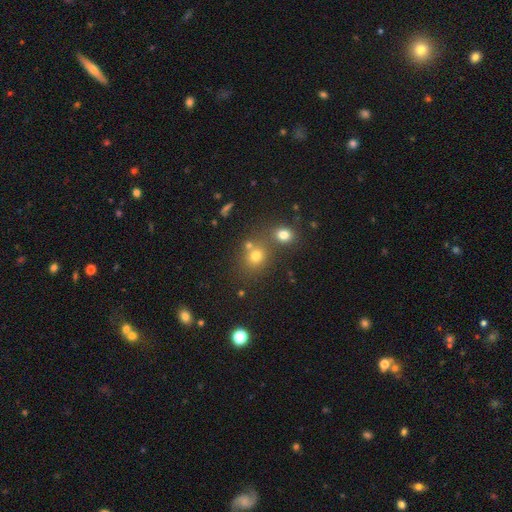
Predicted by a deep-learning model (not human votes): Smooth or featured? Predicted: smooth (p=0.68). How rounded? Predicted: round (p=0.78). Merging? Predicted: none (p=0.61).